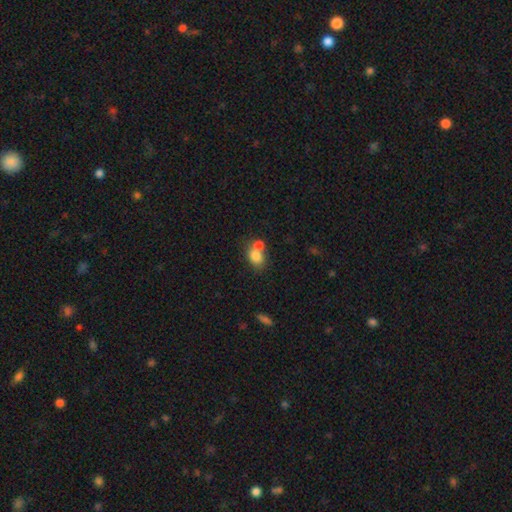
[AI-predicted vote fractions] Smooth or featured?
  - smooth: 79% *
  - featured or disk: 11%
  - star or artifact: 9%
How rounded?
  - in between: 61% *
  - round: 37%
  - cigar-shaped: 1%
Merging?
  - merger: 50% *
  - none: 37%
  - minor disturbance: 9%
  - major disturbance: 4%